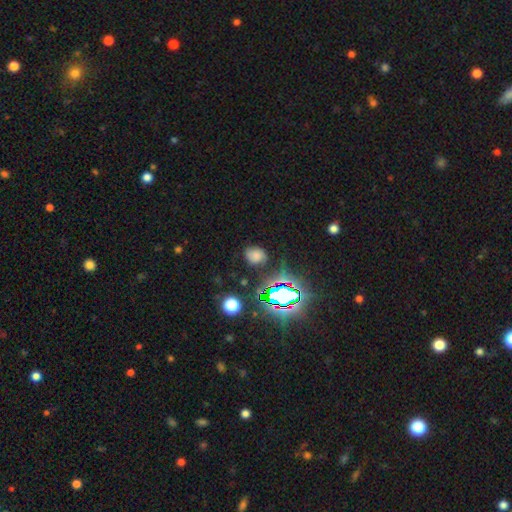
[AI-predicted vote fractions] The model was most divided on "how rounded": round: 56%, in between: 43%, cigar-shaped: 1%. More confident: merging — none (72%); smooth or featured — smooth (63%).